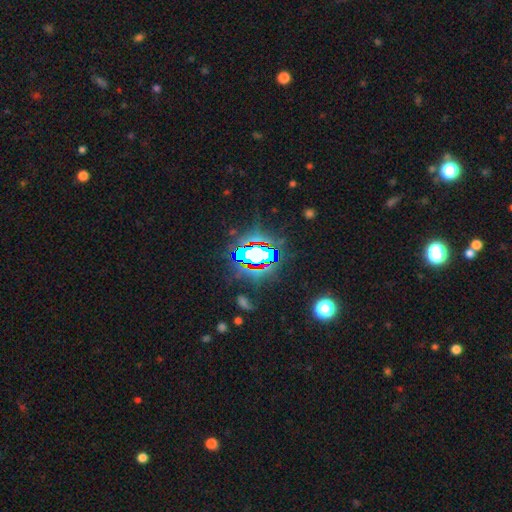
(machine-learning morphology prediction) Smooth or featured?
  - star or artifact: 70% *
  - featured or disk: 15%
  - smooth: 15%